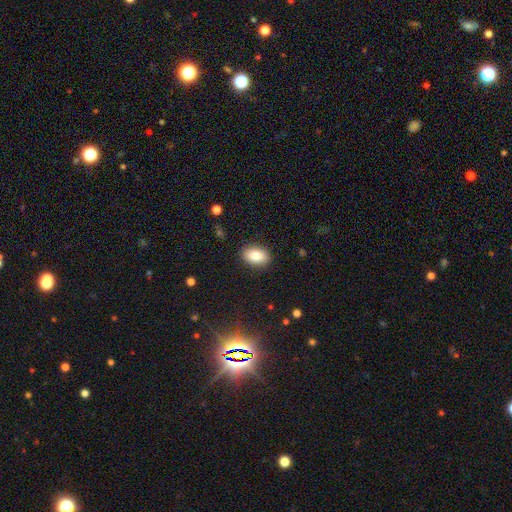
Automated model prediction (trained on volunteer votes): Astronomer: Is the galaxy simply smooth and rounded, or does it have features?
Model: smooth — 84%.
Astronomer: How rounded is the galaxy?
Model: in between — 88%.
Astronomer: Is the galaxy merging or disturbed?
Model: none — 88%.